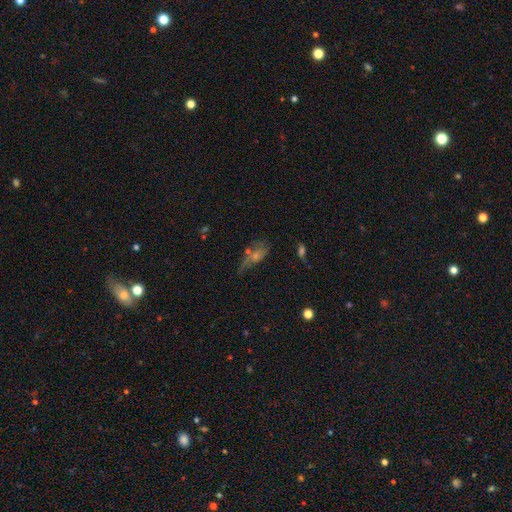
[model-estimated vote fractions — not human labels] A smooth galaxy with no disk features (40%). Merging: none (39%).